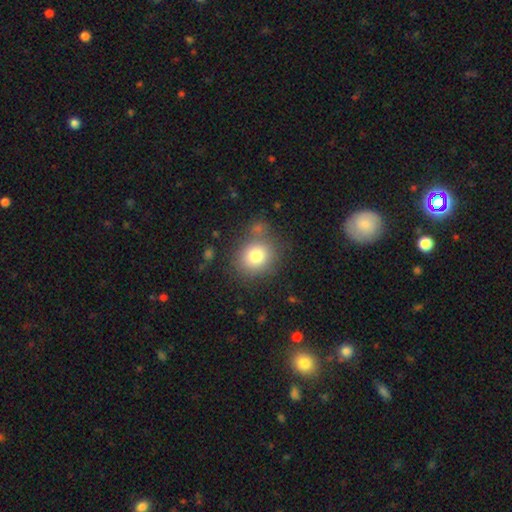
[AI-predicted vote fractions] Q: Smooth or featured?
A: smooth (79%); runner-up: star or artifact (11%)
Q: How rounded?
A: round (76%); runner-up: in between (23%)
Q: Merging?
A: none (74%); runner-up: minor disturbance (13%)